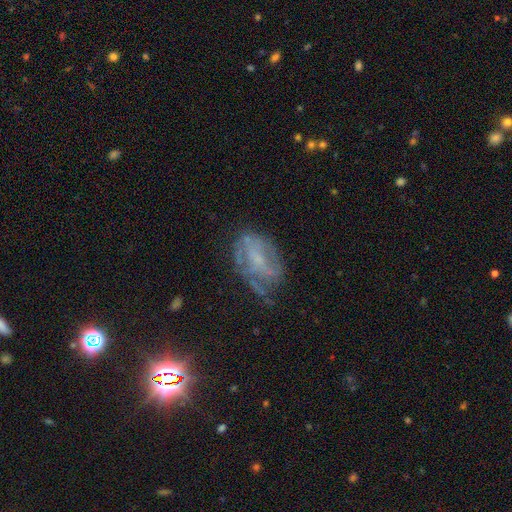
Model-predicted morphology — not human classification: Smooth or featured? featured or disk (62%)
Edge-on disk? no (95%)
Bar? no (50%)
Spiral arms? yes (74%)
Bulge size? small (51%)
Merging? none (54%)